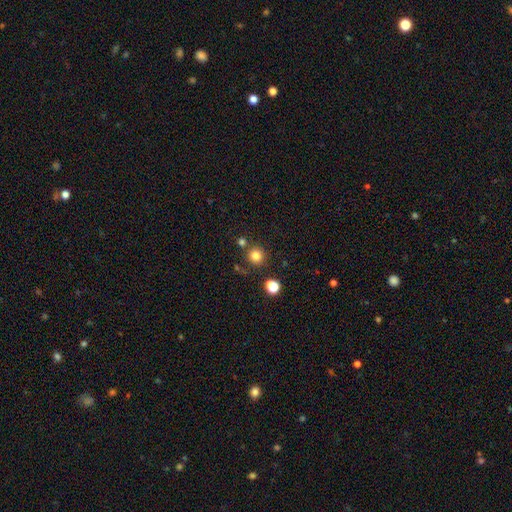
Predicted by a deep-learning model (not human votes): Smooth or featured: smooth — 80% (star or artifact — 14%)
How rounded: round — 92% (in between — 7%)
Merging: none — 80% (minor disturbance — 8%)